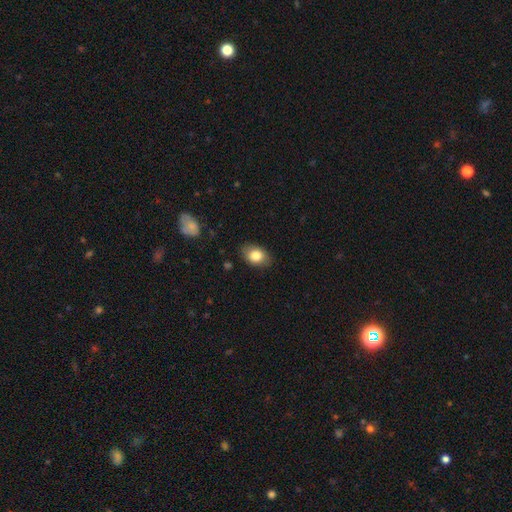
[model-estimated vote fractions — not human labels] The model was most divided on "how rounded": in between: 79%, round: 19%, cigar-shaped: 1%. More confident: smooth or featured — smooth (83%); merging — none (82%).